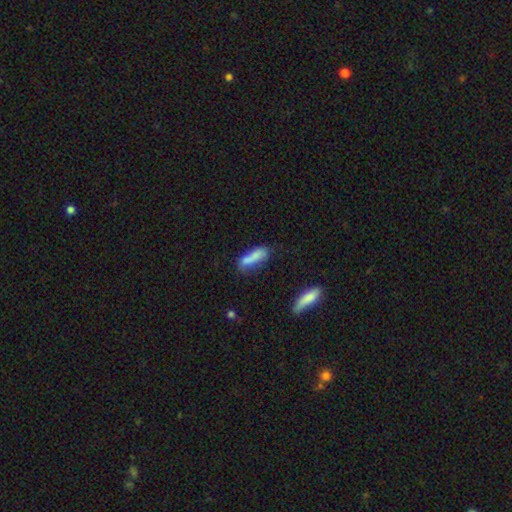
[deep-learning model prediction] A smooth galaxy with no disk features (71%) that is in between round and cigar-shaped (49%). Merging: none (44%).